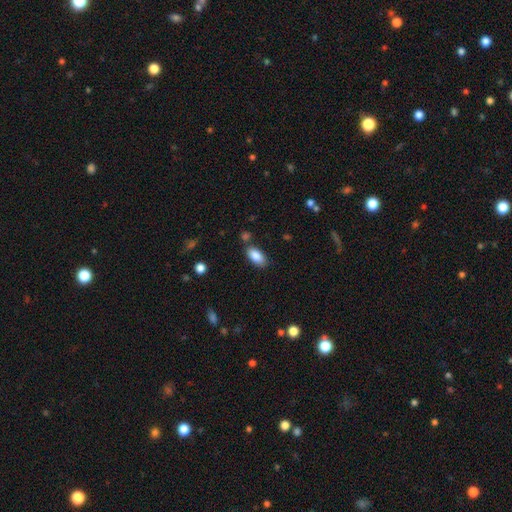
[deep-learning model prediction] A smooth galaxy with no disk features (87%) that is in between round and cigar-shaped (92%). Merging: none (78%).